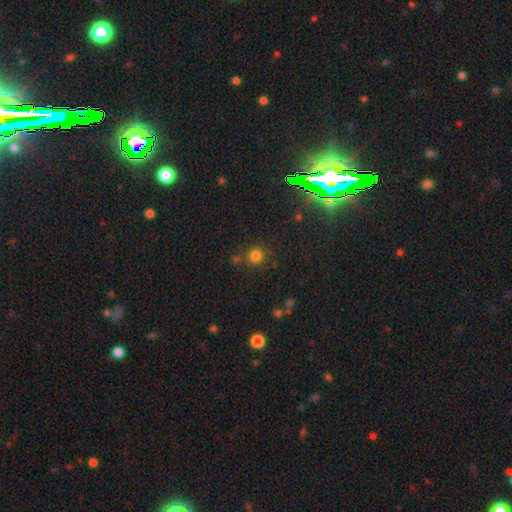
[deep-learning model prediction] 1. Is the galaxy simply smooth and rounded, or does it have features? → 78% smooth, 17% star or artifact, 5% featured or disk.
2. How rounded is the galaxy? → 91% round, 8% in between, 1% cigar-shaped.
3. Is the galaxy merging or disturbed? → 79% none, 10% minor disturbance, 7% merger, 4% major disturbance.